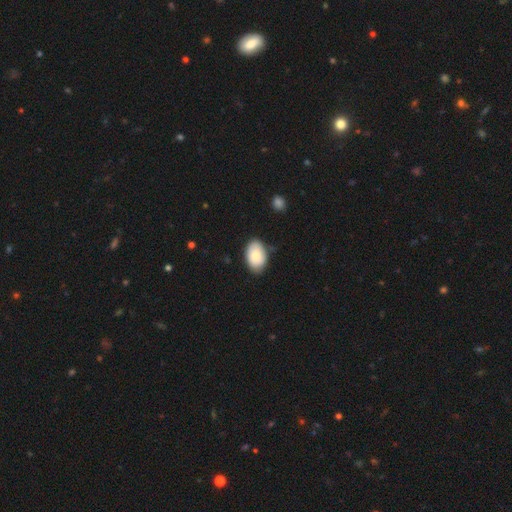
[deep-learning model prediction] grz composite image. It shows a smooth galaxy with no disk features (82%) that is in between round and cigar-shaped (91%). Merging: none (79%).